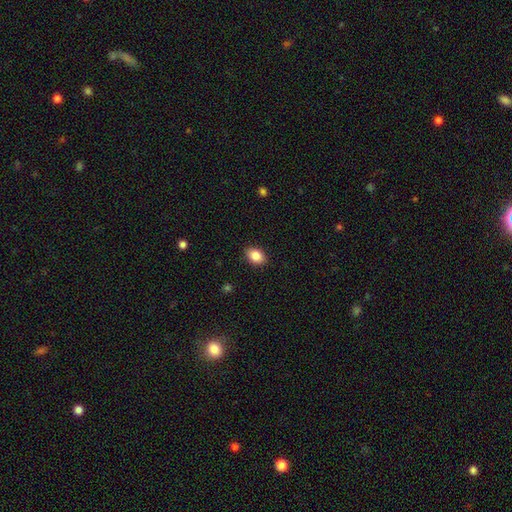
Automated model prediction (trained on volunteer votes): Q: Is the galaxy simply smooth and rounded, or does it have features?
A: smooth — 85%.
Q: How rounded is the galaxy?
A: in between — 79%.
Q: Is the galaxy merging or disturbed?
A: none — 89%.